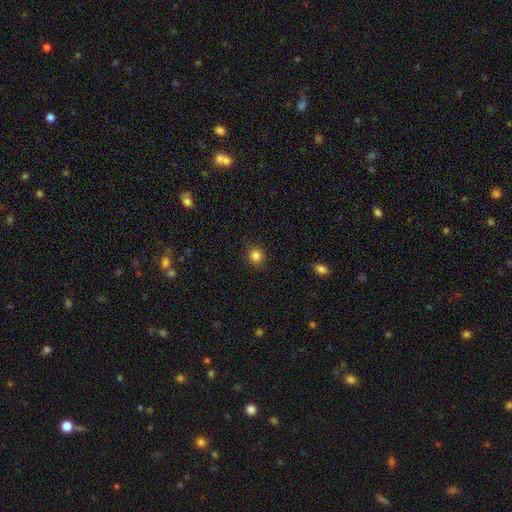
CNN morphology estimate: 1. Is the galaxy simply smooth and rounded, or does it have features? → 84% smooth, 12% star or artifact, 4% featured or disk.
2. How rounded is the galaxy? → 90% round, 9% in between, 1% cigar-shaped.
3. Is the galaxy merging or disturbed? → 91% none, 6% minor disturbance, 2% major disturbance, 1% merger.